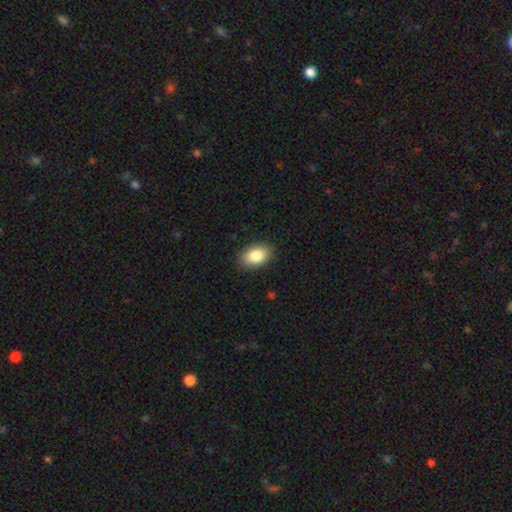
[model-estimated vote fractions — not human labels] Smooth or featured?
  - smooth: 85% *
  - featured or disk: 8%
  - star or artifact: 7%
How rounded?
  - in between: 91% *
  - round: 8%
  - cigar-shaped: 1%
Merging?
  - none: 88% *
  - minor disturbance: 9%
  - major disturbance: 2%
  - merger: 1%